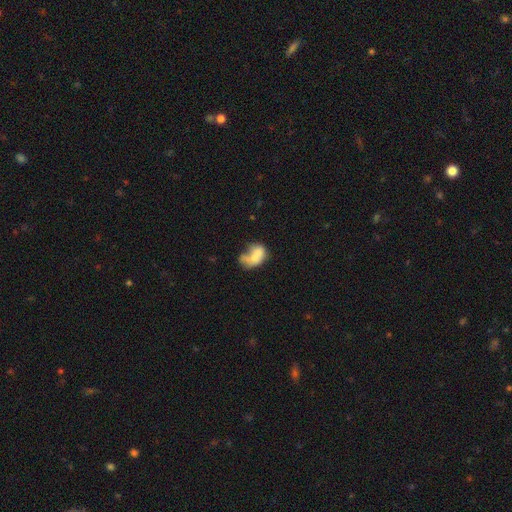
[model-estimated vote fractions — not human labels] Smooth or featured? Predicted: smooth (p=0.62). How rounded? Predicted: in between (p=0.72). Merging? Predicted: merger (p=0.56).